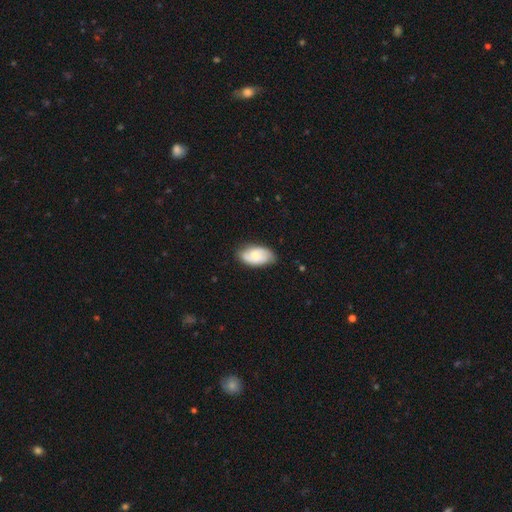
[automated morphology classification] Smooth or featured: featured or disk — 52% (smooth — 42%)
Edge-on disk: no — 95% (yes — 5%)
Merging: none — 78% (minor disturbance — 18%)